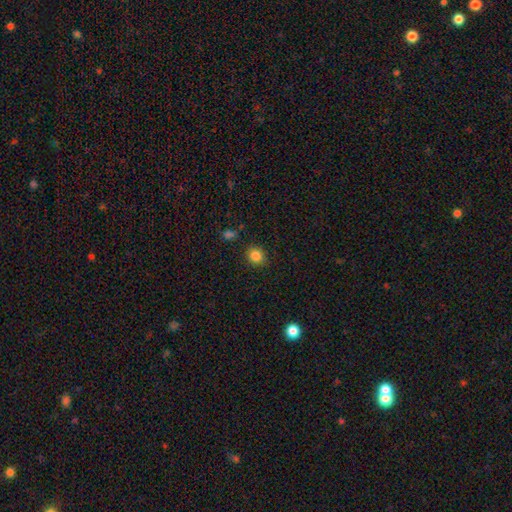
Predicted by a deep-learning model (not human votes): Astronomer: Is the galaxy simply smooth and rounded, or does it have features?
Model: smooth — 84%.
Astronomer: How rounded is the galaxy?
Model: round — 83%.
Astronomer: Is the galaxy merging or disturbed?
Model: none — 87%.